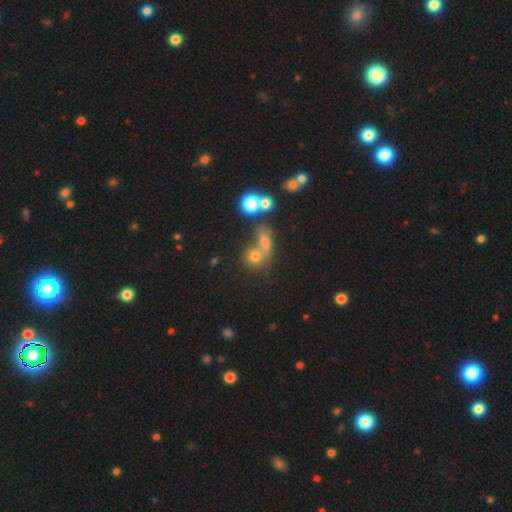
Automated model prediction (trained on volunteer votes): This appears to be a smooth galaxy with no disk features (65%) that is round (69%). Merging: none (45%).